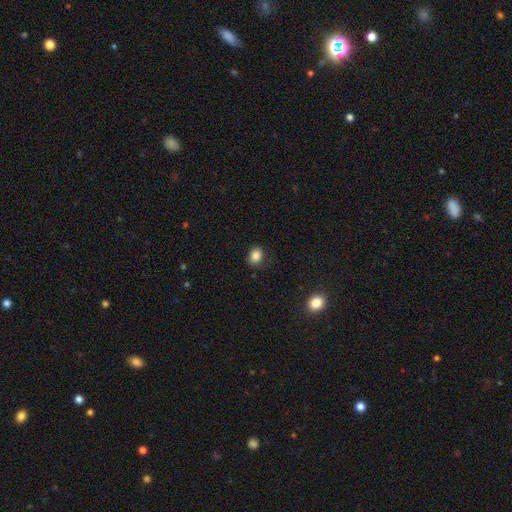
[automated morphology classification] A smooth galaxy with no disk features (86%) that is in between round and cigar-shaped (50%). Merging: none (85%).